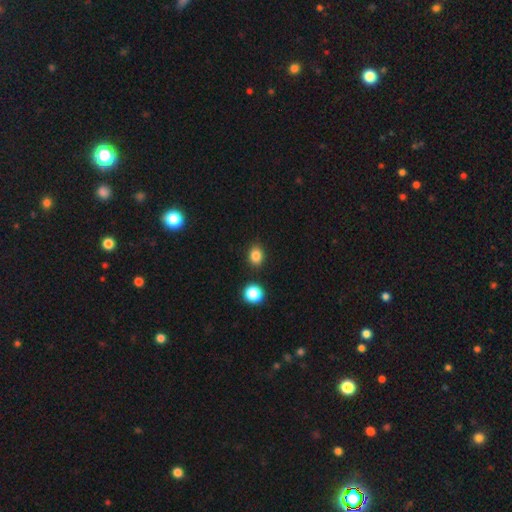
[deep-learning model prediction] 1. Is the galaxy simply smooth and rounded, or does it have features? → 83% smooth, 12% star or artifact, 5% featured or disk.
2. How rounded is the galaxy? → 56% round, 43% in between, 1% cigar-shaped.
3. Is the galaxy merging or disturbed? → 86% none, 9% minor disturbance, 4% merger, 2% major disturbance.